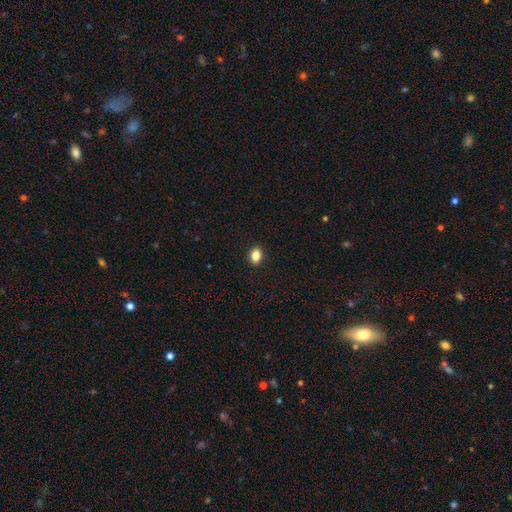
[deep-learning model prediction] Smooth or featured?
  - smooth: 85% *
  - star or artifact: 10%
  - featured or disk: 5%
How rounded?
  - in between: 71% *
  - round: 27%
  - cigar-shaped: 1%
Merging?
  - none: 91% *
  - minor disturbance: 6%
  - major disturbance: 2%
  - merger: 1%